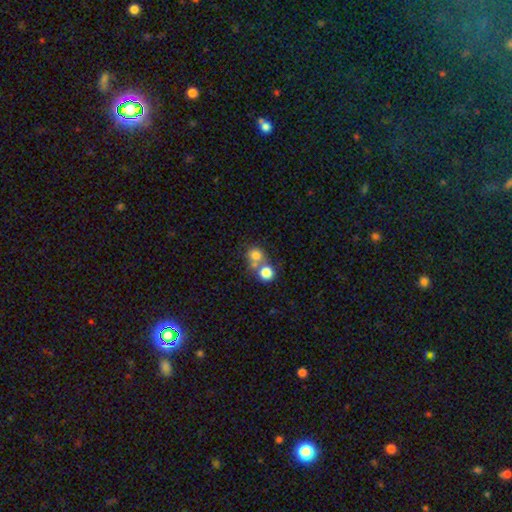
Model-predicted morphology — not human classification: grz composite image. It shows a smooth galaxy with no disk features (75%) that is round (83%). Merging: merger (49%).